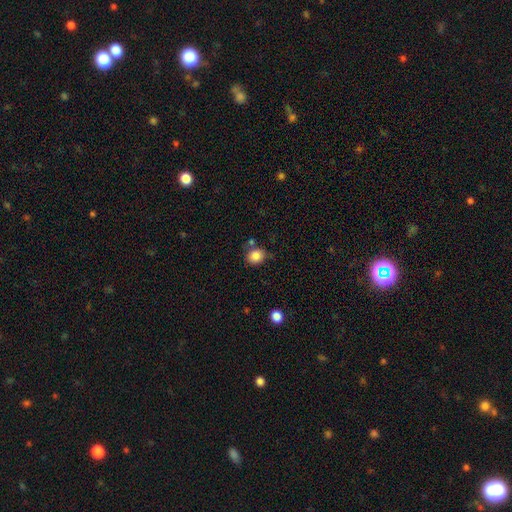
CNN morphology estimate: This is clearly a smooth galaxy (84%). How rounded: likely round (72%). Merging: likely none (67%).